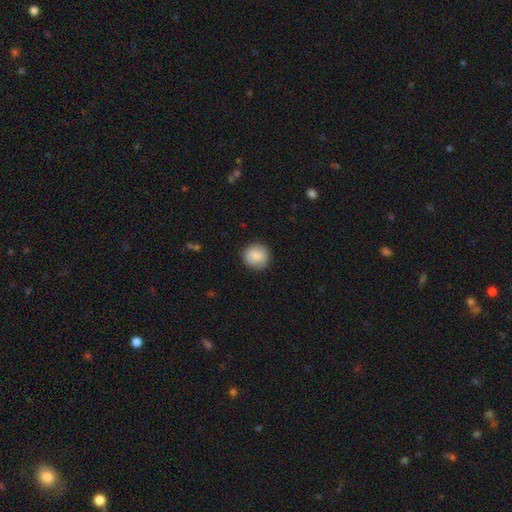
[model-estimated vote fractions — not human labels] A smooth galaxy with no disk features (88%) that is round (90%).

Vote fractions:
- Smooth or featured? smooth: 88% / star or artifact: 7% / featured or disk: 5%
- How rounded? round: 90% / in between: 9% / cigar-shaped: 1%
- Merging? none: 89% / minor disturbance: 8% / major disturbance: 2% / merger: 1%